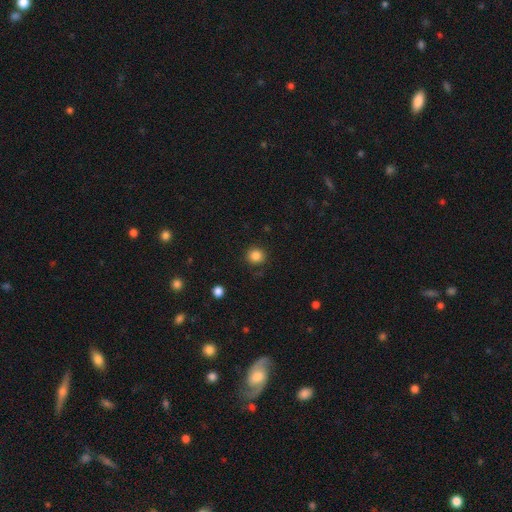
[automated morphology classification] Smooth or featured? smooth (85%)
How rounded? round (90%)
Merging? none (87%)